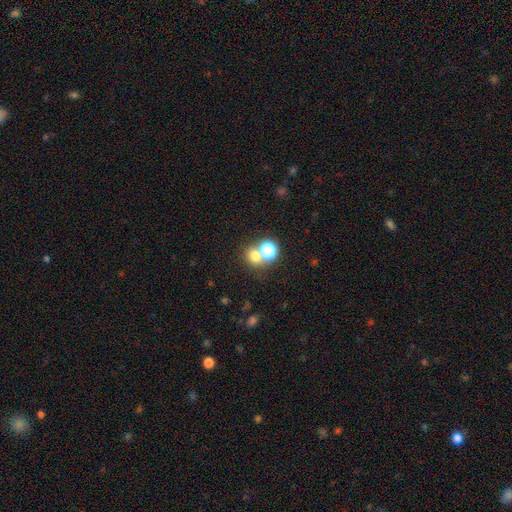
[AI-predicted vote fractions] Overall: smooth (67%). How rounded: round (75%). Merging: none (54%; merger 35%).